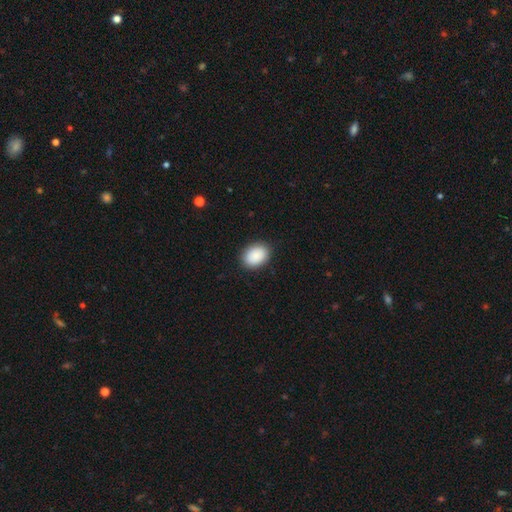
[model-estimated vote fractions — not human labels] A smooth galaxy with no disk features (90%) that is in between round and cigar-shaped (73%).

Vote fractions:
- Smooth or featured? smooth: 90% / star or artifact: 6% / featured or disk: 4%
- How rounded? in between: 73% / round: 26% / cigar-shaped: 1%
- Merging? none: 89% / minor disturbance: 8% / major disturbance: 2% / merger: 1%